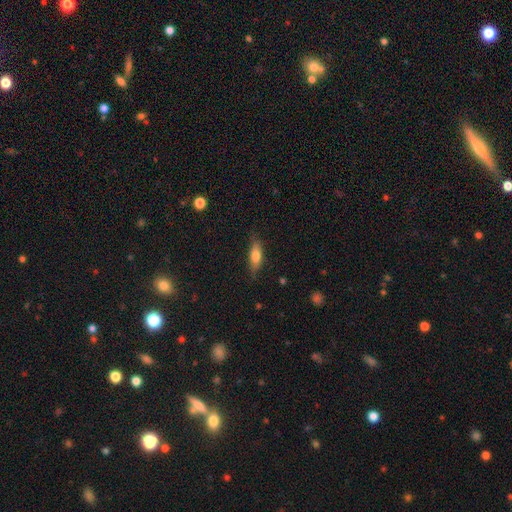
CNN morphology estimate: The model was most divided on "how rounded": in between: 56%, cigar-shaped: 41%, round: 3%. More confident: merging — none (79%); smooth or featured — smooth (71%).